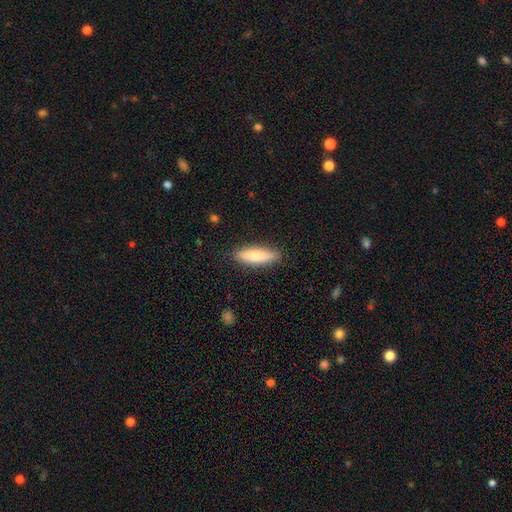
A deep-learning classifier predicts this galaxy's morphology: This appears to be a smooth galaxy with no disk features (83%) that is cigar-shaped (60%). Merging: none (88%).